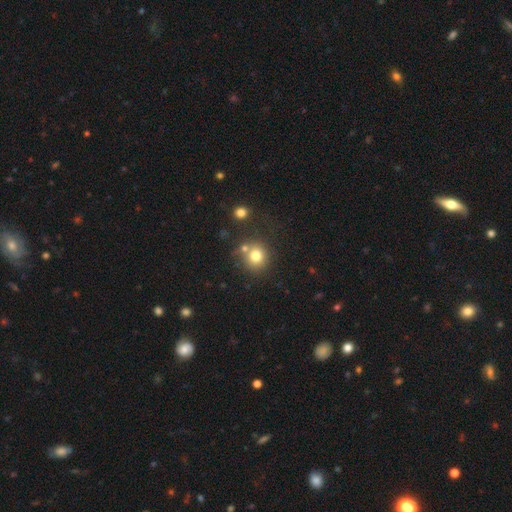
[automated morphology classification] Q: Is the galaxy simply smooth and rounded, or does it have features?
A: smooth — 77%.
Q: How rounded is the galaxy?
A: round — 88%.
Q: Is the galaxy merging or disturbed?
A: none — 67%.